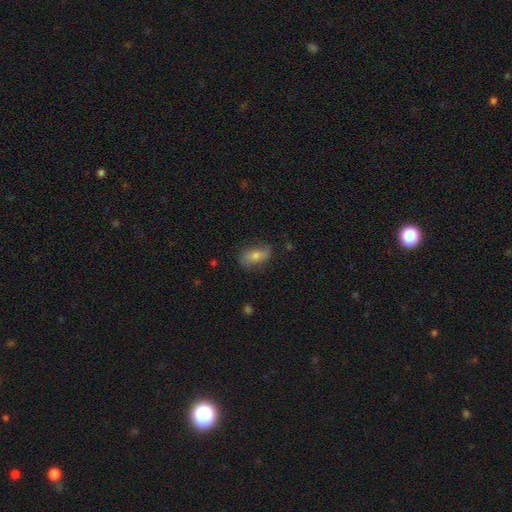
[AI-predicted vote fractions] smooth_or_featured: smooth (p=0.55) [alt: featured or disk p=0.35]
how_rounded: in between (p=0.84) [alt: cigar-shaped p=0.08]
merging: none (p=0.74) [alt: minor disturbance p=0.20]